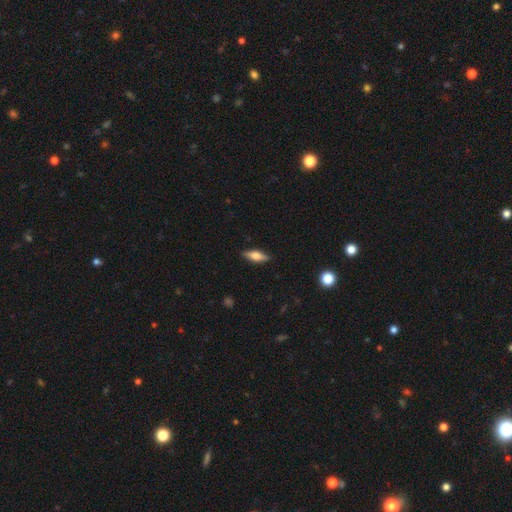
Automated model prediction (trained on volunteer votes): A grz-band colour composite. It shows a smooth galaxy with no disk features (58%) that is in between round and cigar-shaped (56%). Merging: none (87%).